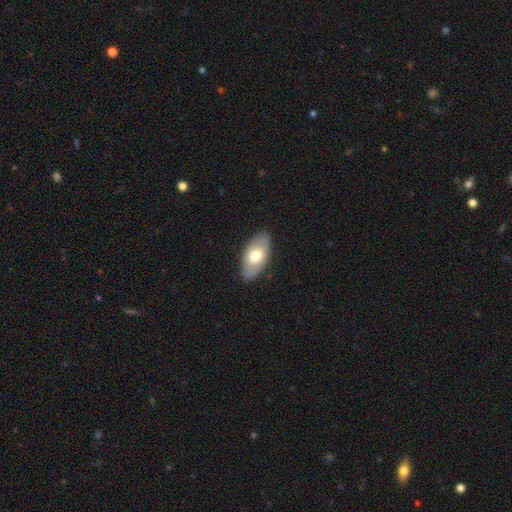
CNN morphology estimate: This appears to be a smooth galaxy with no disk features (62%) that is in between round and cigar-shaped (94%). Merging: none (86%).